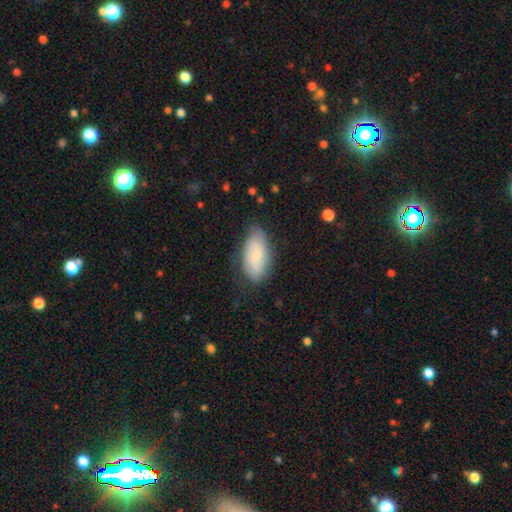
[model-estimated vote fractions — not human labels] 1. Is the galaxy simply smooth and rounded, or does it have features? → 56% smooth, 37% featured or disk, 7% star or artifact.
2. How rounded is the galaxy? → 91% in between, 5% cigar-shaped, 3% round.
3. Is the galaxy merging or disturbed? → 74% none, 20% minor disturbance, 5% major disturbance, 1% merger.